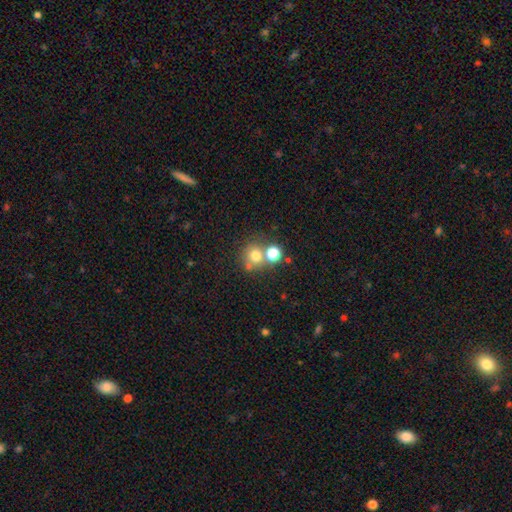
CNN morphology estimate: A smooth galaxy with no disk features (71%) that is round (87%). Merging: none (57%).